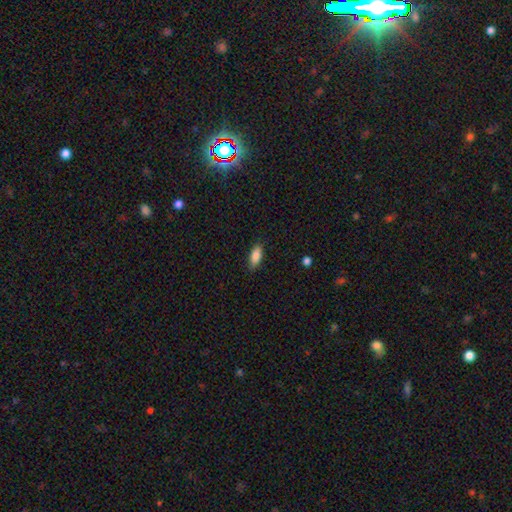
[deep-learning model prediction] Smooth or featured?
  - smooth: 85% *
  - featured or disk: 7%
  - star or artifact: 7%
How rounded?
  - in between: 83% *
  - cigar-shaped: 15%
  - round: 2%
Merging?
  - none: 85% *
  - minor disturbance: 12%
  - major disturbance: 2%
  - merger: 1%